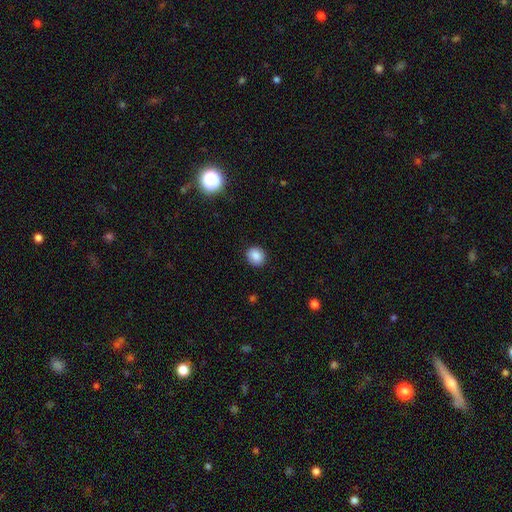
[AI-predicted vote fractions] A smooth galaxy with no disk features (87%) that is round (77%).

Vote fractions:
- Smooth or featured? smooth: 87% / star or artifact: 9% / featured or disk: 4%
- How rounded? round: 77% / in between: 22% / cigar-shaped: 1%
- Merging? none: 90% / minor disturbance: 7% / major disturbance: 2% / merger: 1%